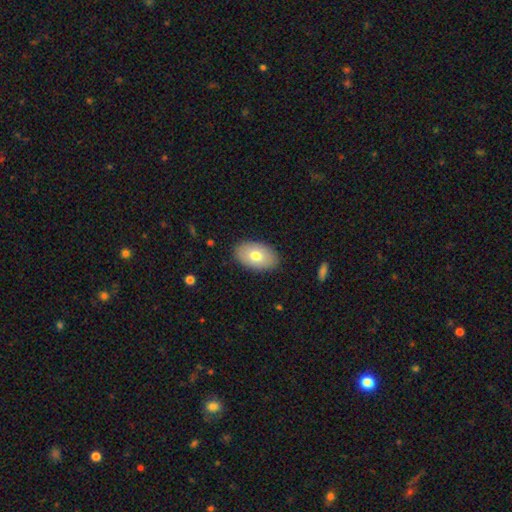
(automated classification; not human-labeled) Morphology: type=smooth (74%); roundness=in between (92%); merging=none (88%).